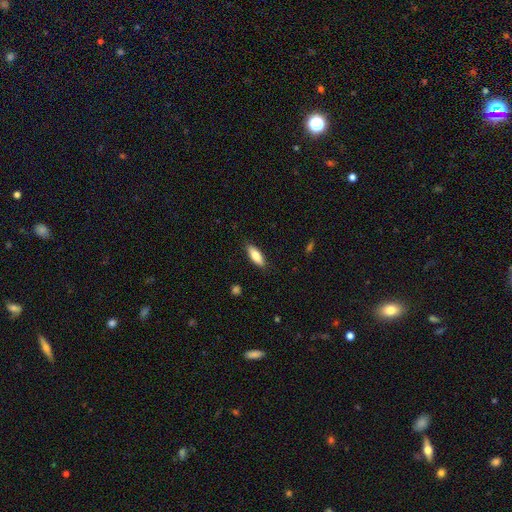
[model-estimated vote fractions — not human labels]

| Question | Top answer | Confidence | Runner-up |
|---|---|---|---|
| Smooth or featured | smooth | 81% | featured or disk (13%) |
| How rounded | in between | 68% | cigar-shaped (30%) |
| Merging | none | 87% | minor disturbance (10%) |